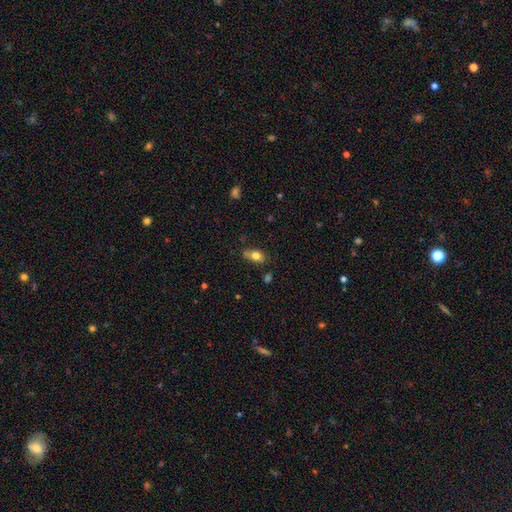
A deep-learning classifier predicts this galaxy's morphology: smooth 77%, featured or disk 14%, star or artifact 9%. Down the decision tree: how rounded — in between (82%); merging — none (62%).